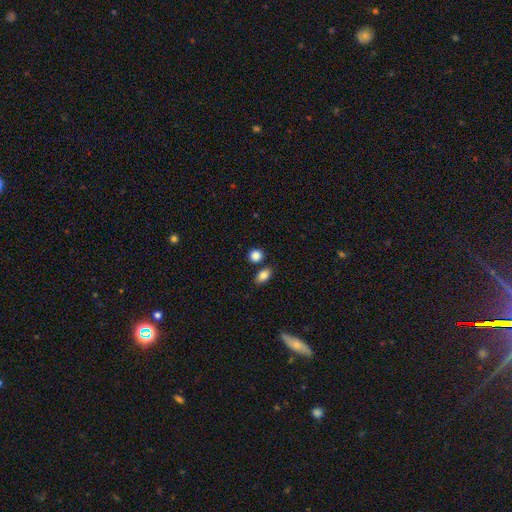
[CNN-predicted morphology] A smooth galaxy with no disk features (87%) that is round (69%). Merging: none (74%).